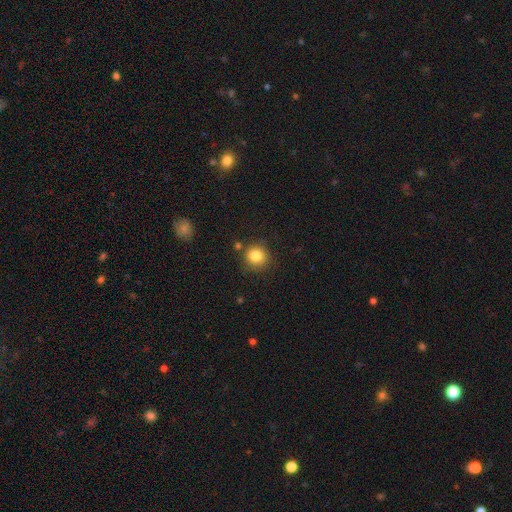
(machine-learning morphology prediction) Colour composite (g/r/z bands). It shows a smooth galaxy with no disk features (84%) that is round (90%). Merging: none (83%).